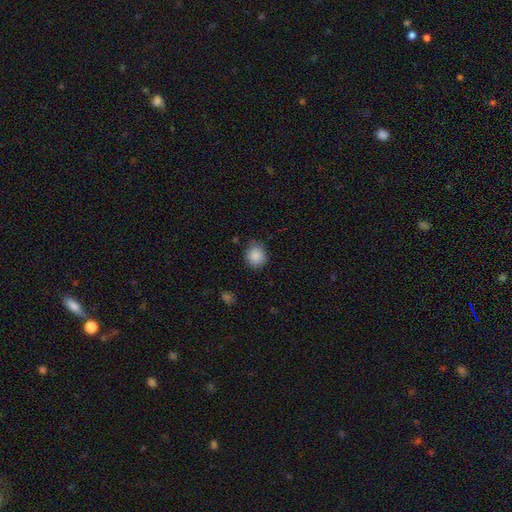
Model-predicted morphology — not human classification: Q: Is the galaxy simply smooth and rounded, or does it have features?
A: smooth — 88%.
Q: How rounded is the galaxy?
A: round — 79%.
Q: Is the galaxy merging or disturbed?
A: none — 79%.